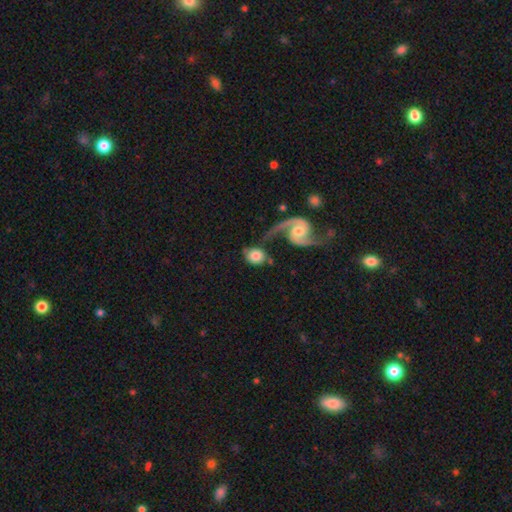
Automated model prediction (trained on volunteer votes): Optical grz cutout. It shows a smooth galaxy with no disk features (63%) that is round (65%). Merging: none (50%).